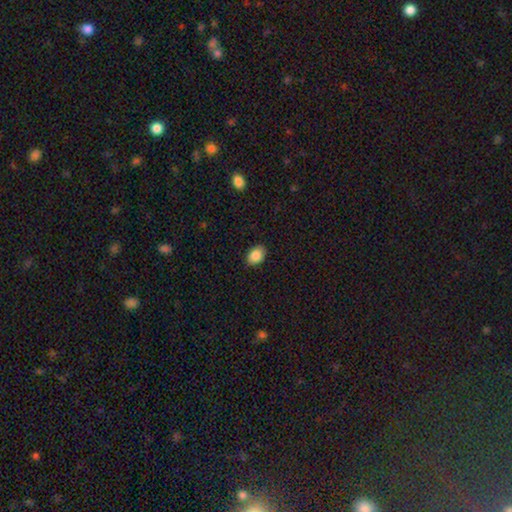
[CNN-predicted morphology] Smooth or featured? smooth (87%)
How rounded? in between (76%)
Merging? none (87%)